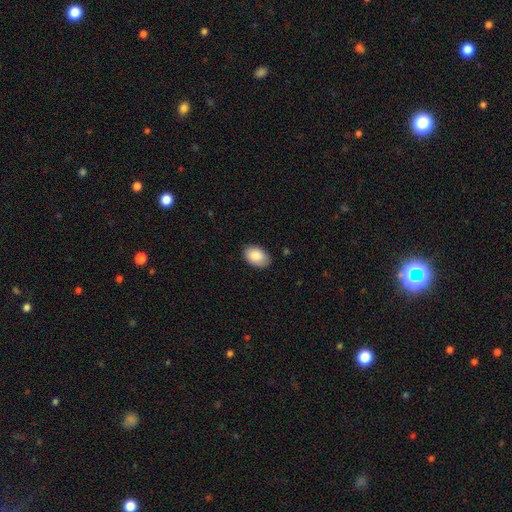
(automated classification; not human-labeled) Smooth or featured? smooth (87%)
How rounded? in between (89%)
Merging? none (84%)